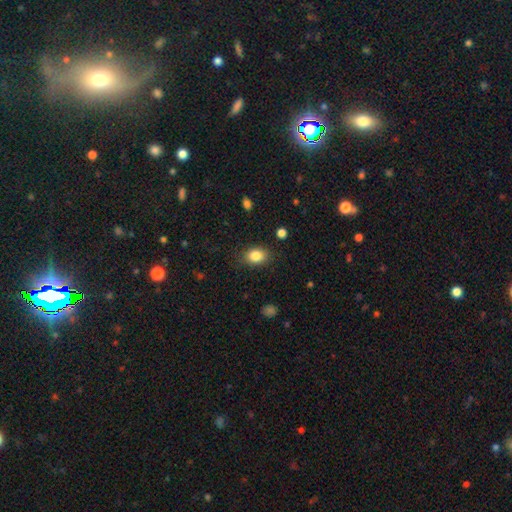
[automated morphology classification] smooth_or_featured: smooth (p=0.85) [alt: star or artifact p=0.09]
how_rounded: in between (p=0.71) [alt: round p=0.28]
merging: none (p=0.84) [alt: minor disturbance p=0.12]